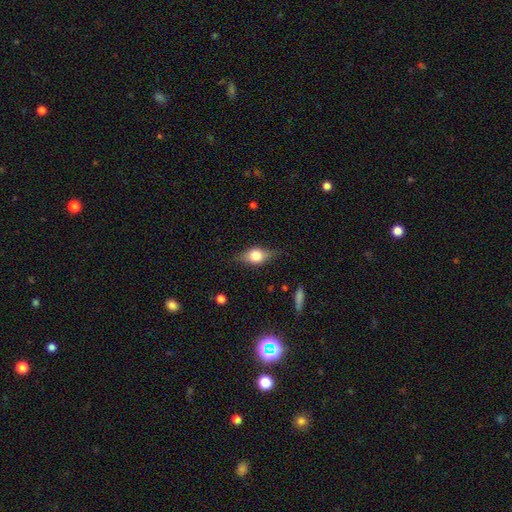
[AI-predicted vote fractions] Smooth or featured: smooth — 54% (featured or disk — 38%)
How rounded: in between — 71% (round — 18%)
Merging: none — 76% (minor disturbance — 17%)